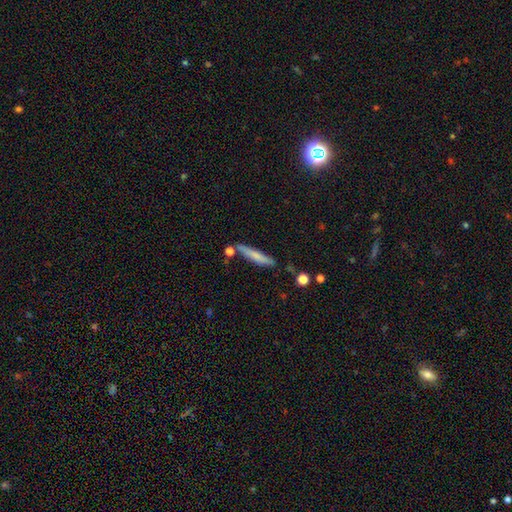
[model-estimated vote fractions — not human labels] smooth_or_featured: smooth (p=0.66) [alt: featured or disk p=0.28]
how_rounded: cigar-shaped (p=0.92) [alt: in between p=0.06]
merging: none (p=0.76) [alt: minor disturbance p=0.14]